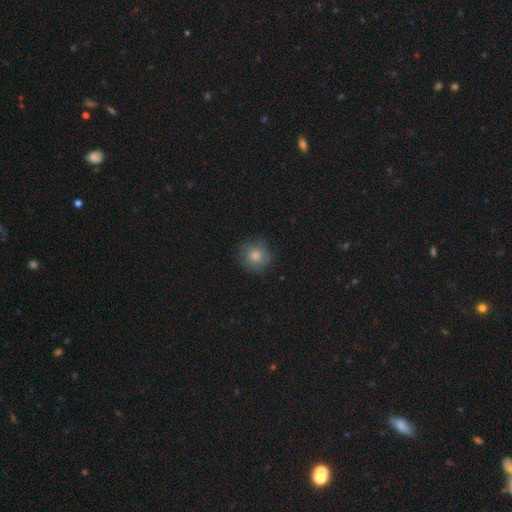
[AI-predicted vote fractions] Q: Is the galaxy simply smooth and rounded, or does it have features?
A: smooth — 83%.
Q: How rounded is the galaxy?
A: round — 93%.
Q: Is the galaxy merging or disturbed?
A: none — 84%.